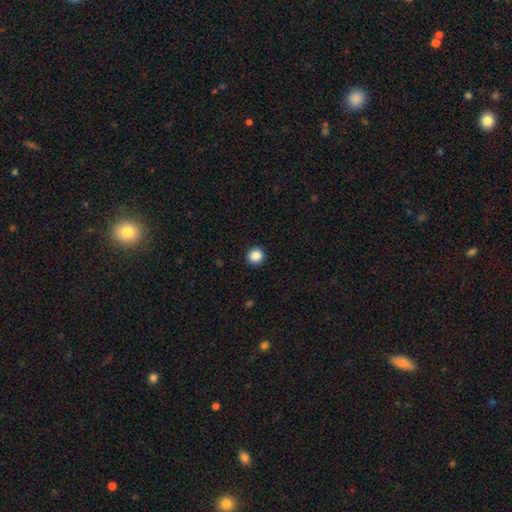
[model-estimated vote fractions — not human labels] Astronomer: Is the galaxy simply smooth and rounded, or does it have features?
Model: smooth — 88%.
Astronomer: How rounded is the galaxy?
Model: round — 92%.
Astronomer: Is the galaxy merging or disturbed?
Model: none — 92%.